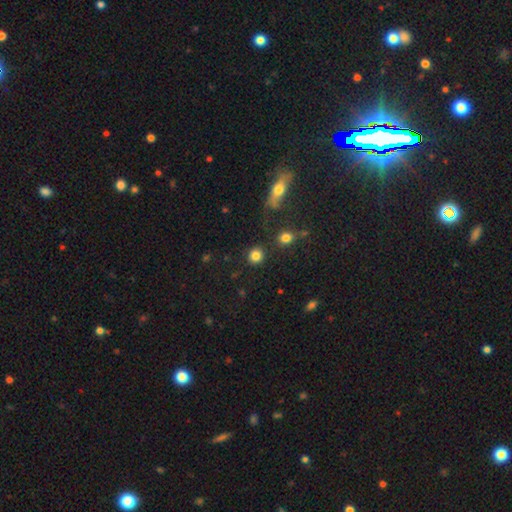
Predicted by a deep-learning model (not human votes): Smooth or featured? smooth (84%)
How rounded? round (90%)
Merging? none (86%)